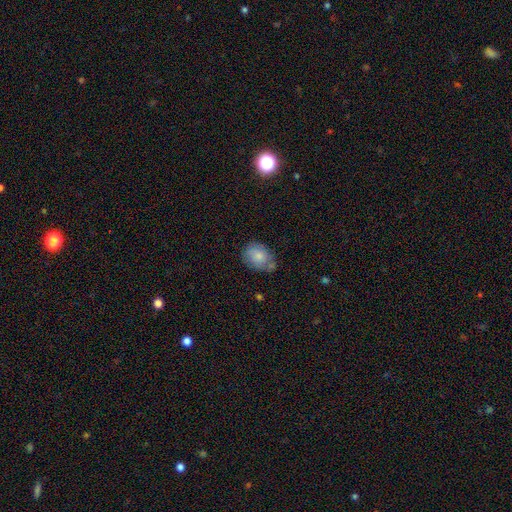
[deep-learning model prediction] smooth 72%, featured or disk 17%, star or artifact 11%. Down the decision tree: how rounded — in between (58%); merging — none (65%).